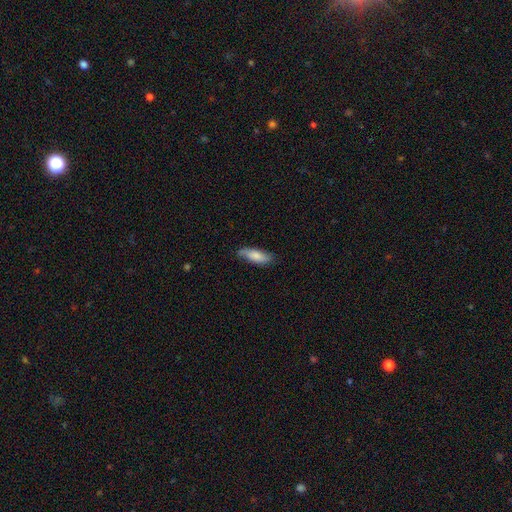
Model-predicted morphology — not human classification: type=smooth (77%); roundness=in between (56%); merging=none (72%).